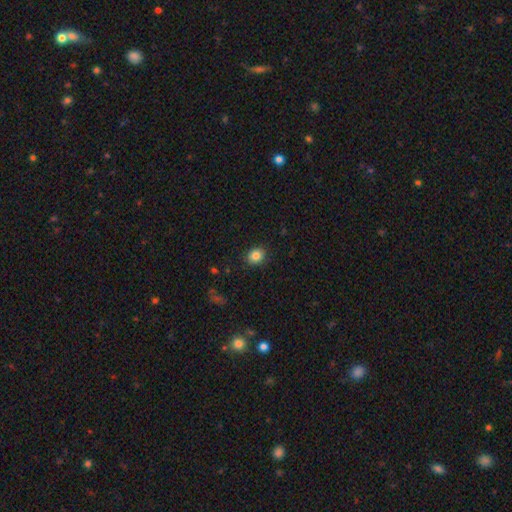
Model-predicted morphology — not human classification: Overall: smooth (85%). How rounded: round (61%; in between 38%). Merging: none (88%).